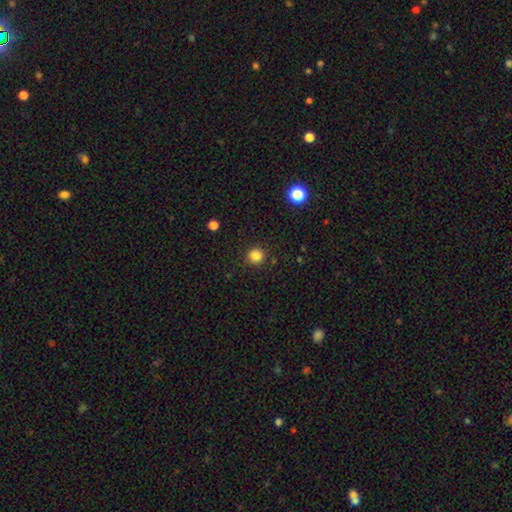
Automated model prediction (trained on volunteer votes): This is clearly a smooth galaxy (84%). How rounded: clearly round (93%). Merging: clearly none (90%).